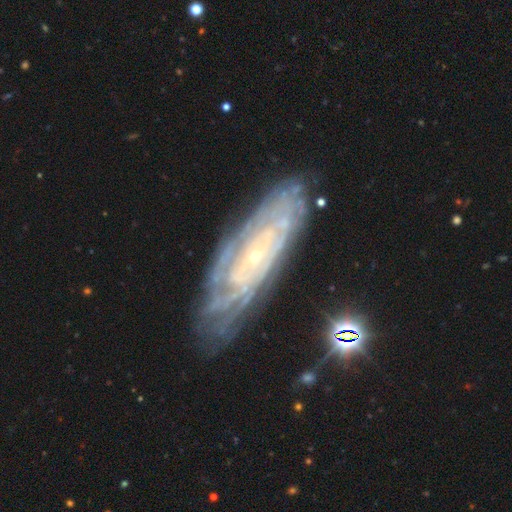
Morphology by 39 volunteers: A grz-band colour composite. It shows a featured or disk galaxy (90%) with no bar (71%), tight (77%) spiral arms (97%) and a small central bulge (84%). Merging: none (67%).